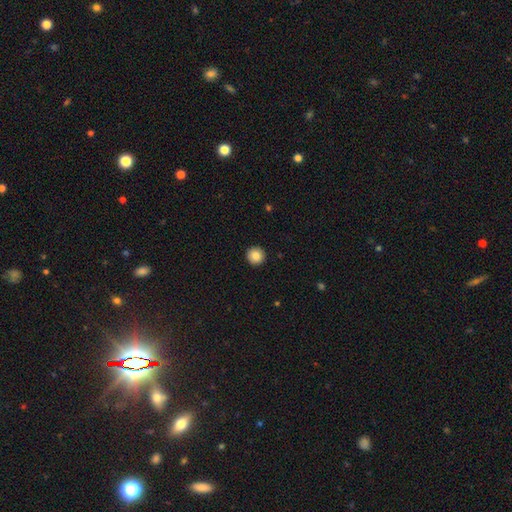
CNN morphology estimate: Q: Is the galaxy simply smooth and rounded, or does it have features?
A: smooth — 85%.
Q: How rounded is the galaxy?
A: round — 96%.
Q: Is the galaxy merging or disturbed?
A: none — 94%.